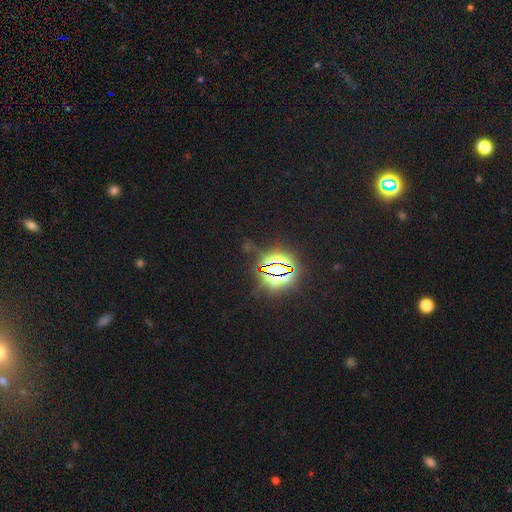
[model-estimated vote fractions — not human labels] This appears to be a star or artifact, not a galaxy (83%).